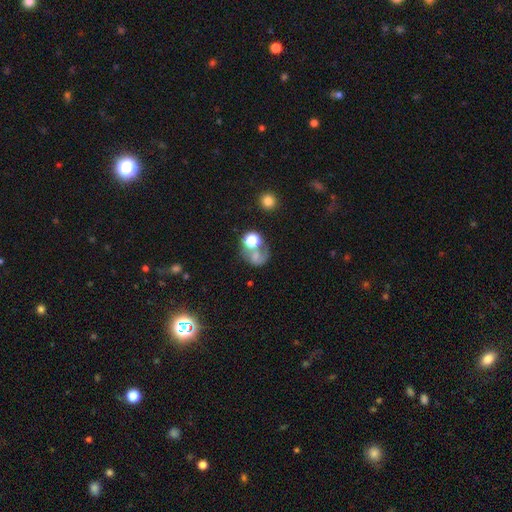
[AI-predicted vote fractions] smooth 50%, featured or disk 31%, star or artifact 19%. Down the decision tree: merging — none (31%).